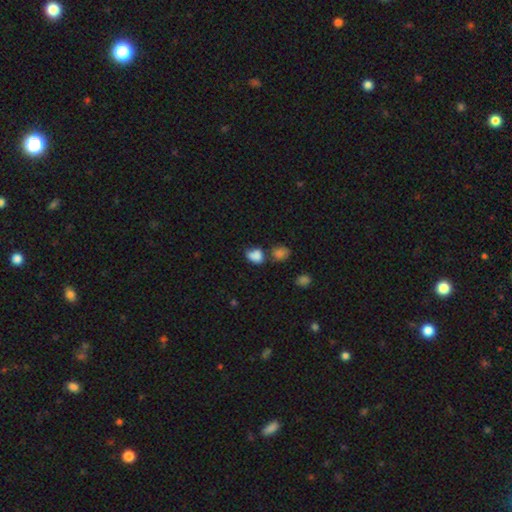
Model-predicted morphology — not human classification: smooth-or-featured: smooth: 80% | star or artifact: 12% | featured or disk: 8%
  how-rounded: in between: 65% | round: 34% | cigar-shaped: 2%
  merging: none: 39% | merger: 32% | minor disturbance: 20% | major disturbance: 9%